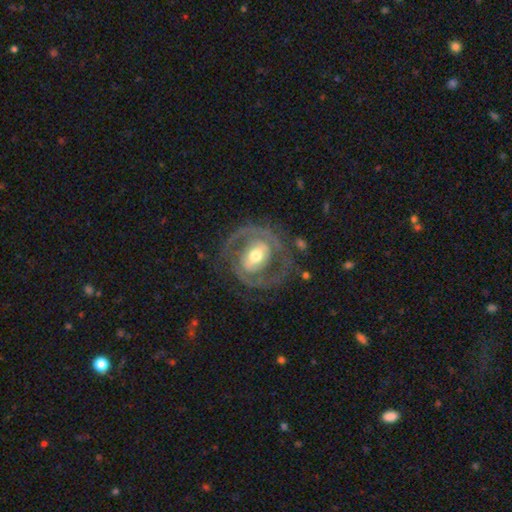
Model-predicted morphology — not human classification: A featured or disk galaxy (79%) with a strong bar (37%), spiral arms (64%) and a moderate central bulge (69%). Merging: none (68%).